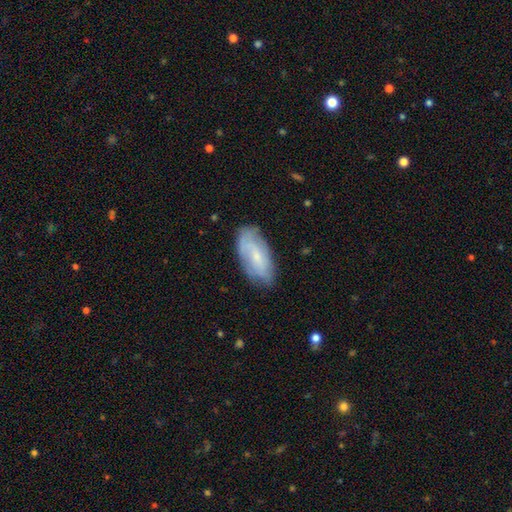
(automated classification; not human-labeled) Smooth or featured: featured or disk — 50% (smooth — 42%)
Edge-on disk: no — 91% (yes — 9%)
Merging: none — 74% (minor disturbance — 20%)